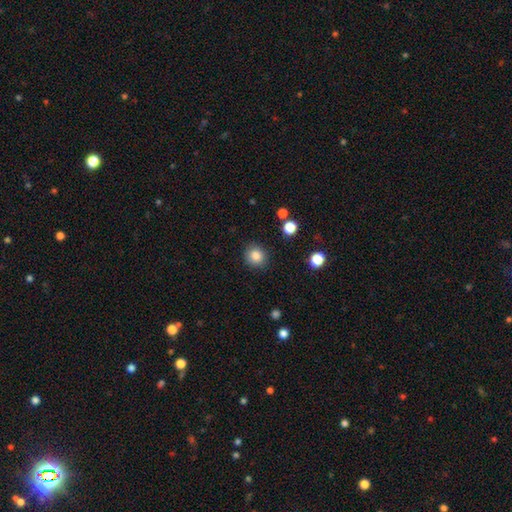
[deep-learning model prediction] smooth-or-featured: smooth: 85% | star or artifact: 11% | featured or disk: 5%
  how-rounded: round: 84% | in between: 15% | cigar-shaped: 1%
  merging: none: 89% | minor disturbance: 7% | major disturbance: 2% | merger: 1%